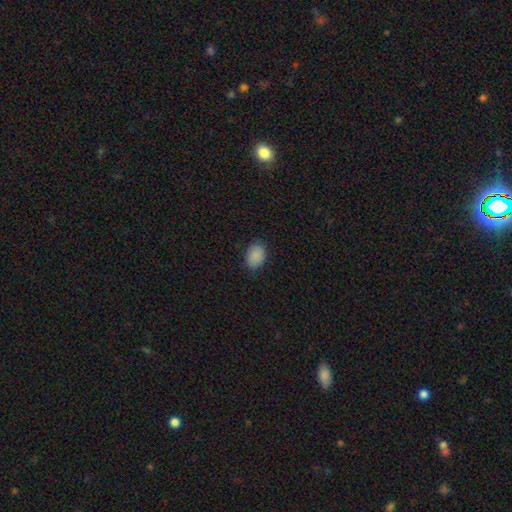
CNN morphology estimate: A smooth galaxy with no disk features (88%) that is in between round and cigar-shaped (74%).

Vote fractions:
- Smooth or featured? smooth: 88% / star or artifact: 8% / featured or disk: 4%
- How rounded? in between: 74% / round: 25% / cigar-shaped: 1%
- Merging? none: 80% / minor disturbance: 16% / major disturbance: 3% / merger: 1%